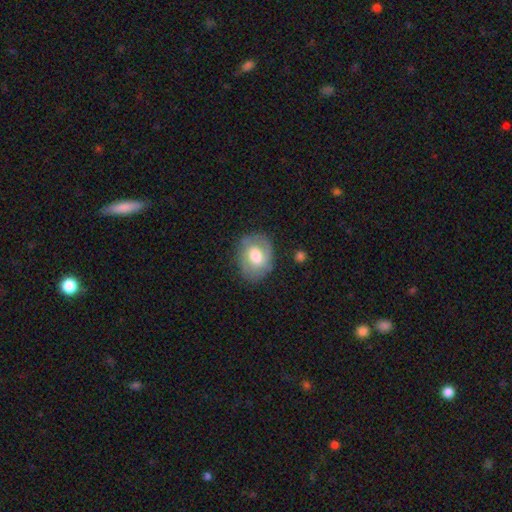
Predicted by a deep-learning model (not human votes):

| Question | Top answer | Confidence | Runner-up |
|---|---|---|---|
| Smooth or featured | smooth | 53% | featured or disk (40%) |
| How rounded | in between | 55% | round (44%) |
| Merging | none | 69% | minor disturbance (21%) |